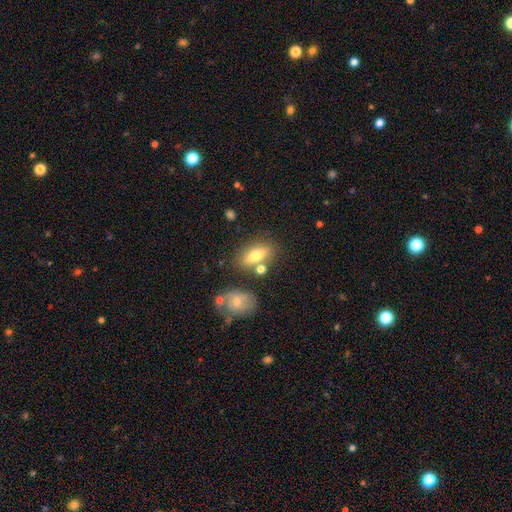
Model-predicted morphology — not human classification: A smooth galaxy with no disk features (68%) that is in between round and cigar-shaped (76%). Merging: none (68%).